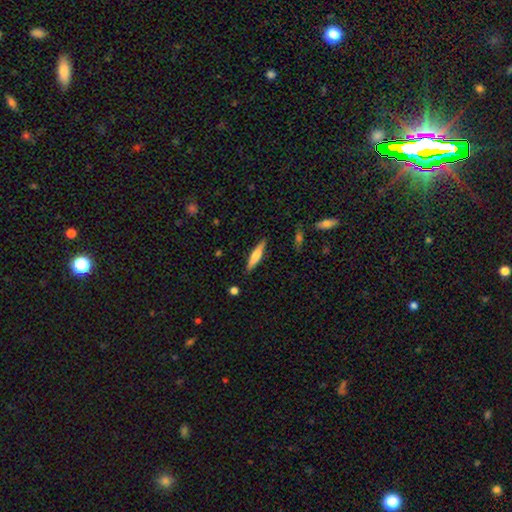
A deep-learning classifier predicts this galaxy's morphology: smooth-or-featured: smooth: 62% | featured or disk: 32% | star or artifact: 6%
  how-rounded: cigar-shaped: 85% | in between: 14% | round: 2%
  merging: none: 88% | minor disturbance: 9% | major disturbance: 2% | merger: 2%